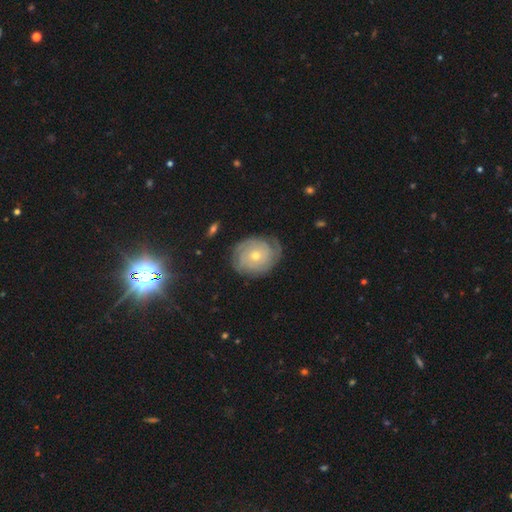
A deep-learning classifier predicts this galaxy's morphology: Smooth or featured? Predicted: featured or disk (p=0.73). Edge-on disk? Predicted: no (p=0.96). Bar? Predicted: no (p=0.83). Spiral arms? Predicted: yes (p=0.91). Spiral winding? Predicted: tight (p=0.78). Spiral arm count? Predicted: can't tell (p=0.43). Bulge size? Predicted: small (p=0.53). Merging? Predicted: none (p=0.76).